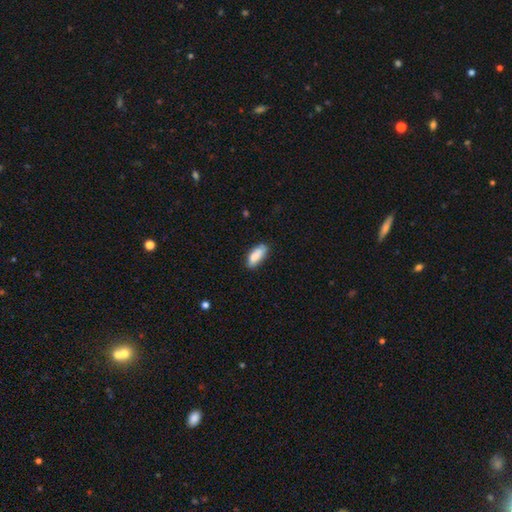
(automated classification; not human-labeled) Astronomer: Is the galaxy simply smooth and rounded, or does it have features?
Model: smooth — 83%.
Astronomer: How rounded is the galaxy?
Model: in between — 79%.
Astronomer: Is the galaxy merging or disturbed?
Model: none — 68%.